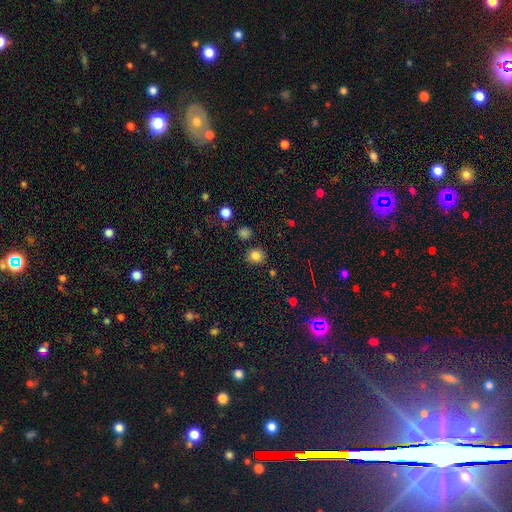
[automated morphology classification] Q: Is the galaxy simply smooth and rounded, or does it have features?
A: smooth — 82%.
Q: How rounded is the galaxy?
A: round — 81%.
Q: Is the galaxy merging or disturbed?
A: none — 83%.